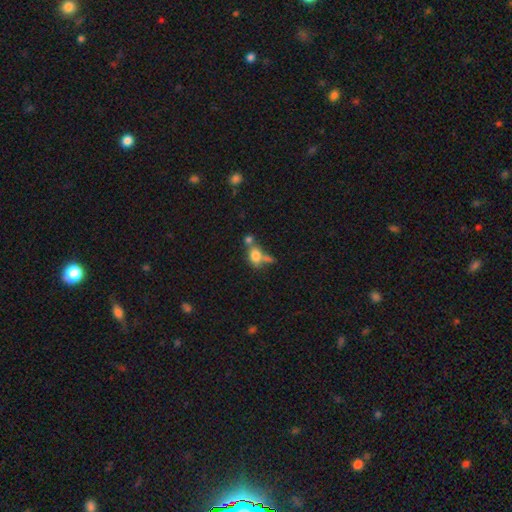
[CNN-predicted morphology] Q: Smooth or featured?
A: smooth (72%); runner-up: featured or disk (17%)
Q: How rounded?
A: in between (64%); runner-up: round (31%)
Q: Merging?
A: merger (42%); runner-up: none (35%)